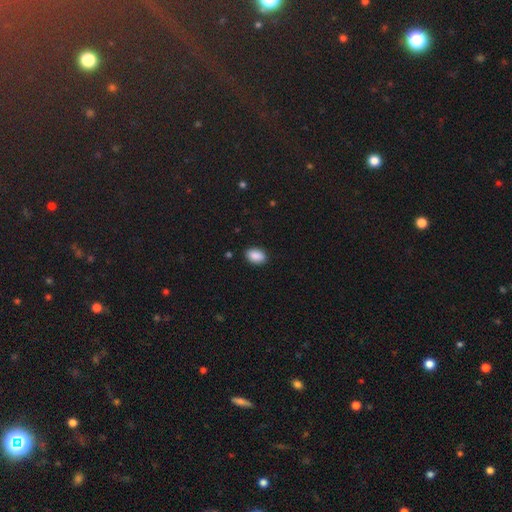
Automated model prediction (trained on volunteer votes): Smooth or featured? smooth (89%)
How rounded? in between (87%)
Merging? none (89%)